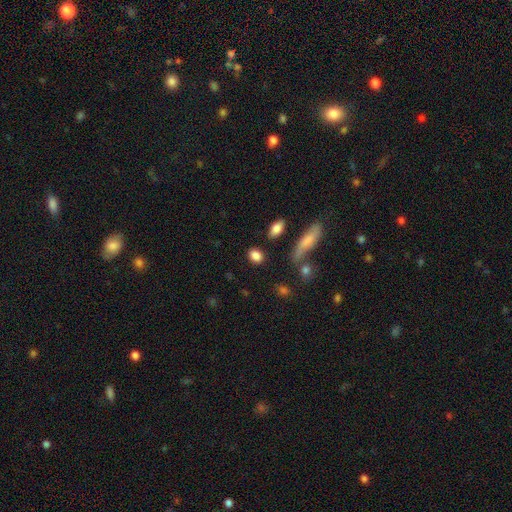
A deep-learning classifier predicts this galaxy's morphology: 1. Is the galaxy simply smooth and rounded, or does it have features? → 85% smooth, 8% star or artifact, 7% featured or disk.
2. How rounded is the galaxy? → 57% in between, 39% round, 4% cigar-shaped.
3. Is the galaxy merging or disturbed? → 82% none, 10% minor disturbance, 5% merger, 3% major disturbance.